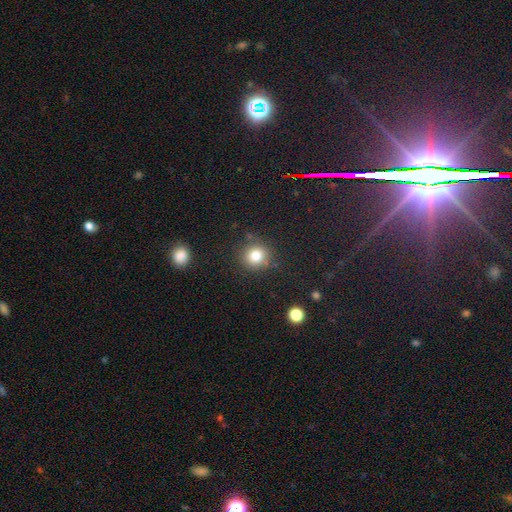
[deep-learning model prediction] smooth 81%, star or artifact 12%, featured or disk 7%. Down the decision tree: how rounded — round (89%); merging — none (83%).